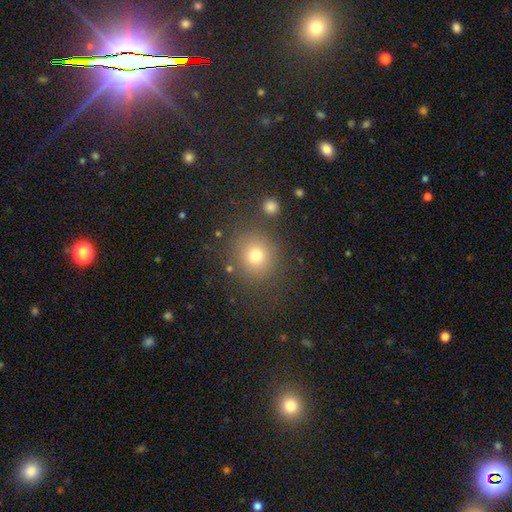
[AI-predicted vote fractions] The model was most divided on "smooth or featured": smooth: 74%, star or artifact: 16%, featured or disk: 10%. More confident: how rounded — round (85%); merging — none (80%).